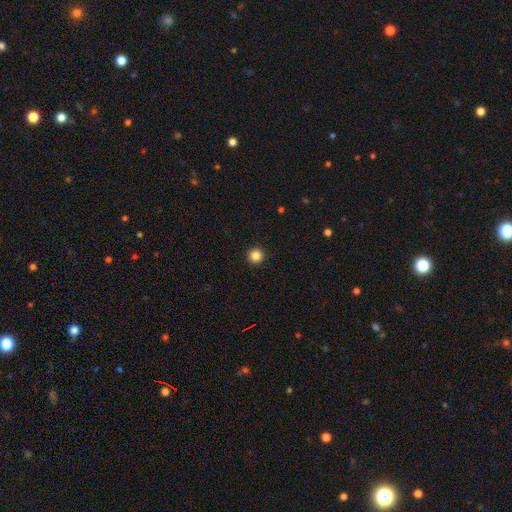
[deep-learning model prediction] Smooth or featured: smooth — 85% (star or artifact — 11%)
How rounded: round — 96% (in between — 3%)
Merging: none — 94% (minor disturbance — 4%)